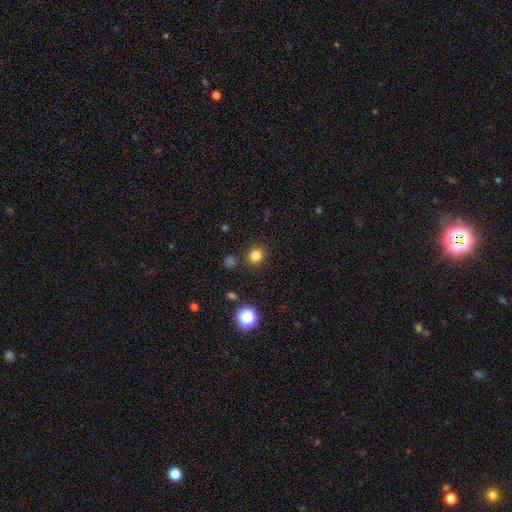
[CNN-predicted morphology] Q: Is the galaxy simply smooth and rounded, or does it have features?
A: smooth — 80%.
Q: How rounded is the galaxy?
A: round — 86%.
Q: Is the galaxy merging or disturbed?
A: none — 89%.